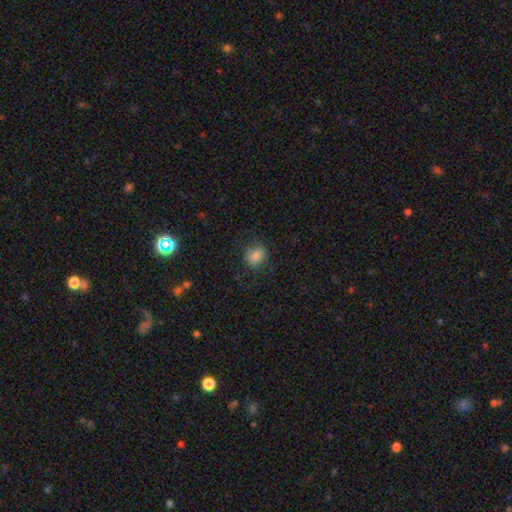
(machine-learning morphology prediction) This appears to be a smooth galaxy with no disk features (80%) that is round (53%). Merging: none (78%).